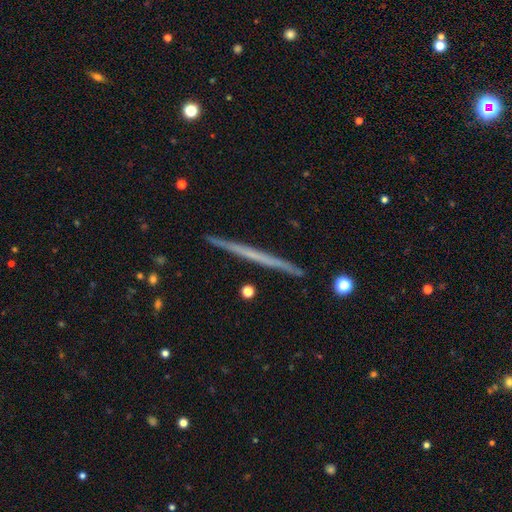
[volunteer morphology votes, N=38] A featured or disk galaxy (55%) viewed edge-on (100%) with no central bulge (100%).

Vote fractions:
- Smooth or featured? featured or disk: 55% / smooth: 39% / star or artifact: 5%
- Edge-on disk? yes: 100% / no: 0%
- Edge-on bulge? none: 100% / boxy: 0% / rounded: 0%
- Merging? none: 94% / minor disturbance: 6% / major disturbance: 0% / merger: 0%